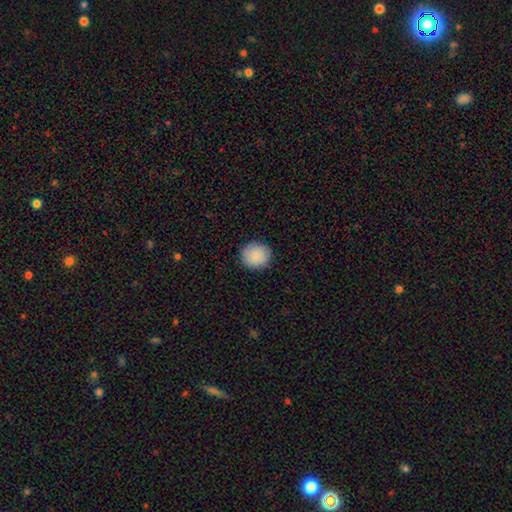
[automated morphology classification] Smooth or featured?
  - smooth: 89% *
  - star or artifact: 7%
  - featured or disk: 4%
How rounded?
  - round: 87% *
  - in between: 12%
  - cigar-shaped: 1%
Merging?
  - none: 89% *
  - minor disturbance: 8%
  - major disturbance: 2%
  - merger: 1%